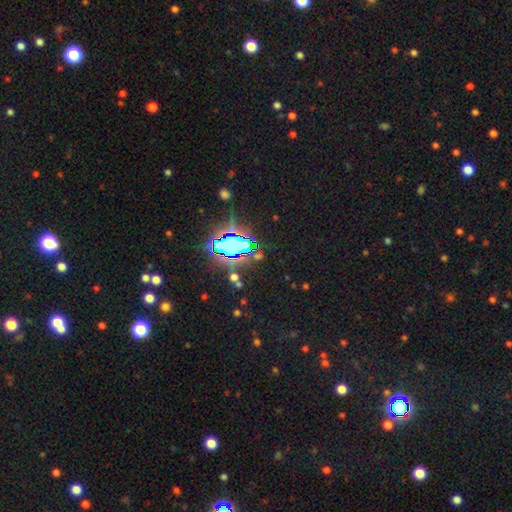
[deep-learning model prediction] A star or artifact, not a galaxy (71%).